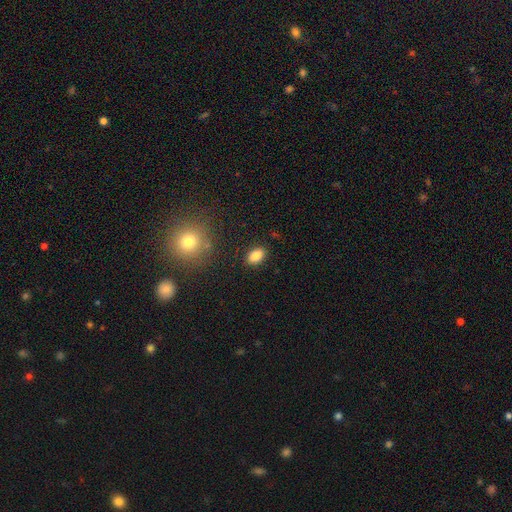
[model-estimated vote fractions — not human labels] This appears to be a smooth galaxy with no disk features (85%) that is in between round and cigar-shaped (88%). Merging: none (88%).